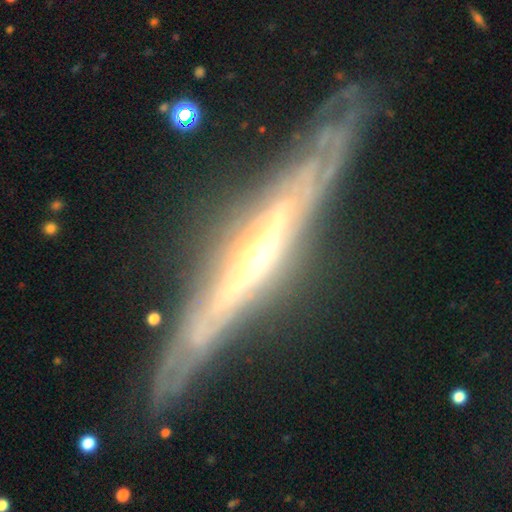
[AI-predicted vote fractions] smooth_or_featured: featured or disk (p=0.87) [alt: smooth p=0.08]
disk_edge_on: yes (p=0.79) [alt: no p=0.21]
edge_on_bulge: rounded (p=0.71) [alt: none p=0.24]
merging: none (p=0.79) [alt: minor disturbance p=0.14]